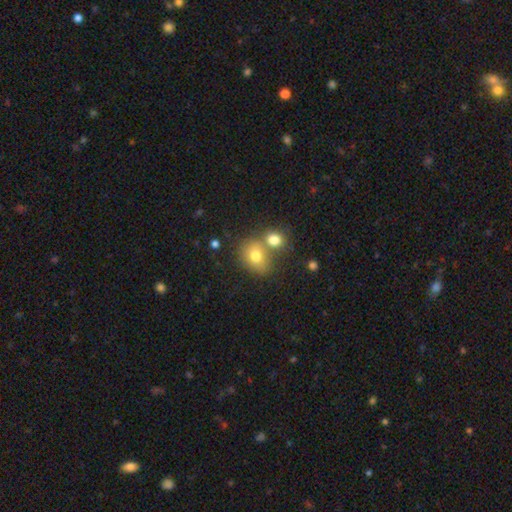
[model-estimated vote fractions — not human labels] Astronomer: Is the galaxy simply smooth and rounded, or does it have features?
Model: smooth — 76%.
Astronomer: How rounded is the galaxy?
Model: in between — 50% (runner-up: round, 49%).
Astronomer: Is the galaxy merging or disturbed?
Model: none — 43% (runner-up: merger, 42%).